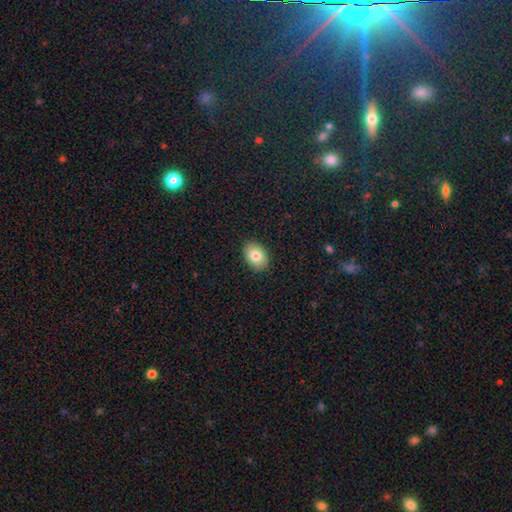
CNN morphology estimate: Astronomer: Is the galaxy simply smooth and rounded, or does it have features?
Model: smooth — 81%.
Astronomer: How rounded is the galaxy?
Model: in between — 81%.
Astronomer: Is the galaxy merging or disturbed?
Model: none — 89%.